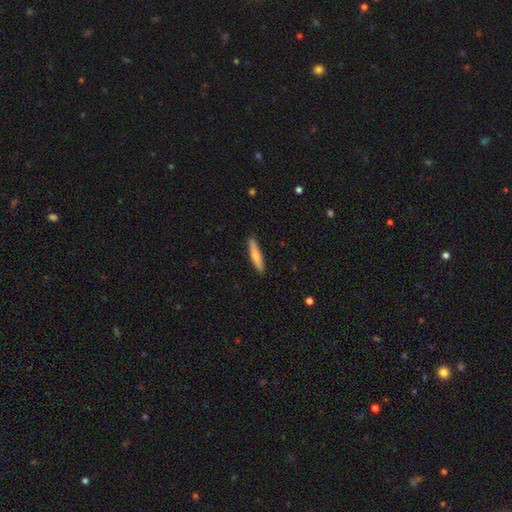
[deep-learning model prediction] A smooth galaxy with no disk features (69%) that is cigar-shaped (87%). Merging: none (89%).